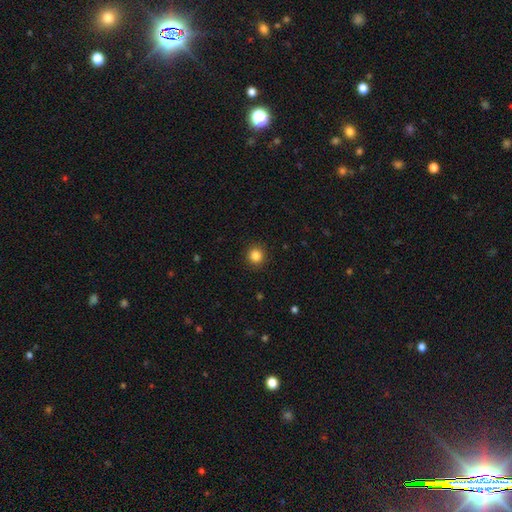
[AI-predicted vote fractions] This appears to be a smooth galaxy with no disk features (85%) that is round (93%). Merging: none (92%).